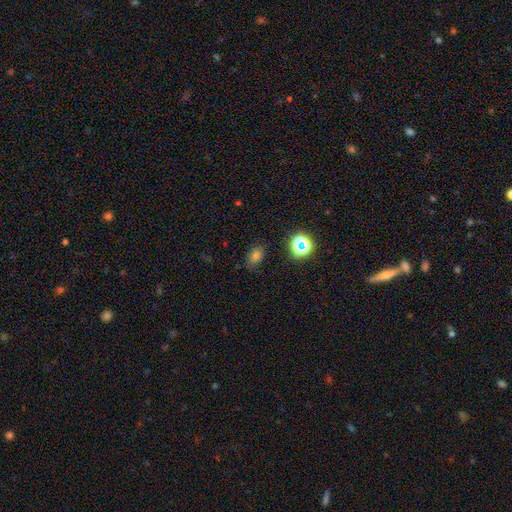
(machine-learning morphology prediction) Q: Smooth or featured?
A: smooth (71%); runner-up: star or artifact (21%)
Q: How rounded?
A: in between (72%); runner-up: round (26%)
Q: Merging?
A: none (78%); runner-up: minor disturbance (16%)